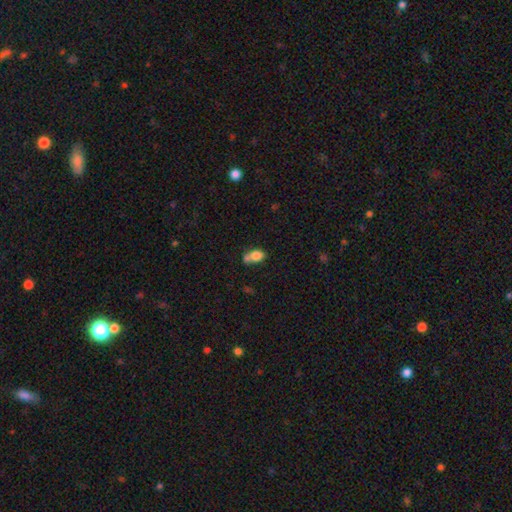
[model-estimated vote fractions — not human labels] This appears to be a smooth galaxy with no disk features (78%) that is in between round and cigar-shaped (75%). Merging: merger (42%).